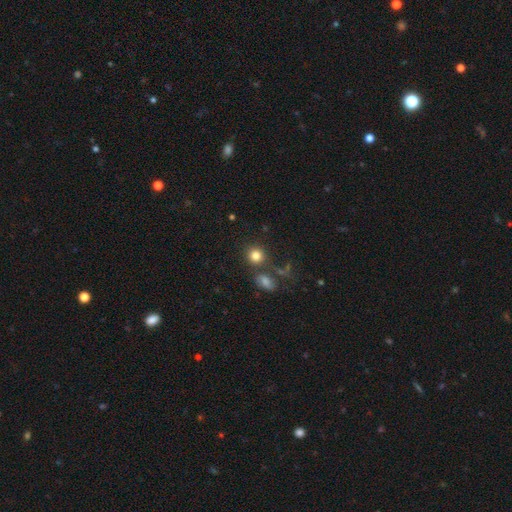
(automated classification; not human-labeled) This appears to be a smooth galaxy with no disk features (81%) that is round (85%). Merging: none (70%).